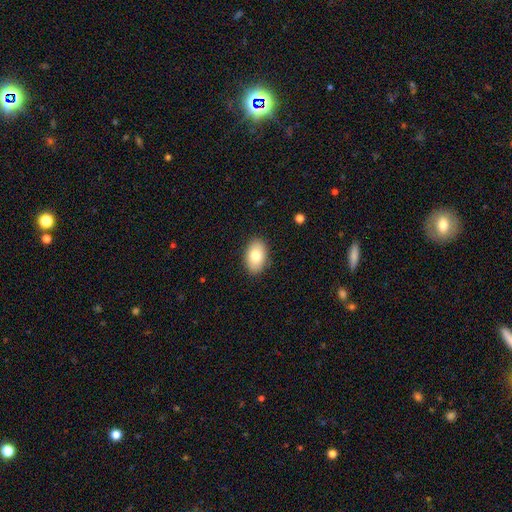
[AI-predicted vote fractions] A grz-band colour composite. It shows a smooth galaxy with no disk features (78%) that is in between round and cigar-shaped (90%). Merging: none (88%).